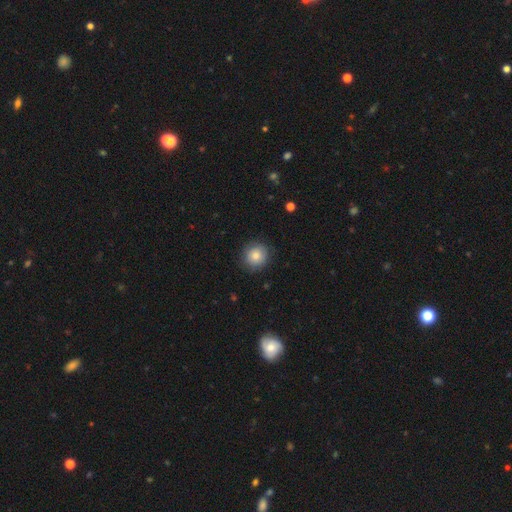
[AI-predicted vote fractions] smooth-or-featured: smooth: 83% | star or artifact: 9% | featured or disk: 8%
  how-rounded: round: 90% | in between: 9% | cigar-shaped: 1%
  merging: none: 86% | minor disturbance: 10% | major disturbance: 3% | merger: 1%